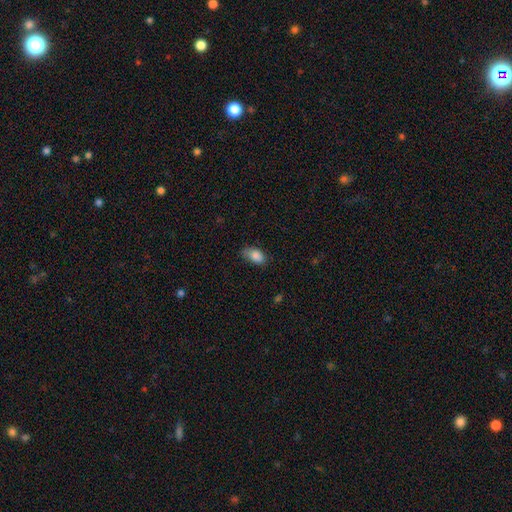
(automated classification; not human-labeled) Smooth or featured?
  - smooth: 86% *
  - star or artifact: 8%
  - featured or disk: 6%
How rounded?
  - in between: 91% *
  - round: 7%
  - cigar-shaped: 2%
Merging?
  - none: 65% *
  - minor disturbance: 27%
  - major disturbance: 6%
  - merger: 1%